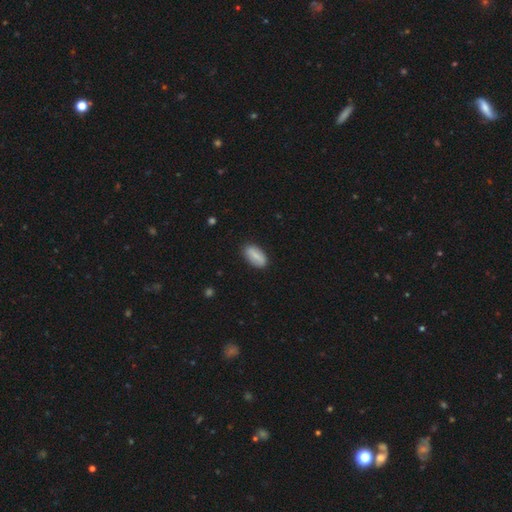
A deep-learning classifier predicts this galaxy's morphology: A smooth galaxy with no disk features (75%) that is in between round and cigar-shaped (88%).

Vote fractions:
- Smooth or featured? smooth: 75% / featured or disk: 19% / star or artifact: 6%
- How rounded? in between: 88% / cigar-shaped: 8% / round: 4%
- Merging? none: 86% / minor disturbance: 10% / major disturbance: 2% / merger: 1%